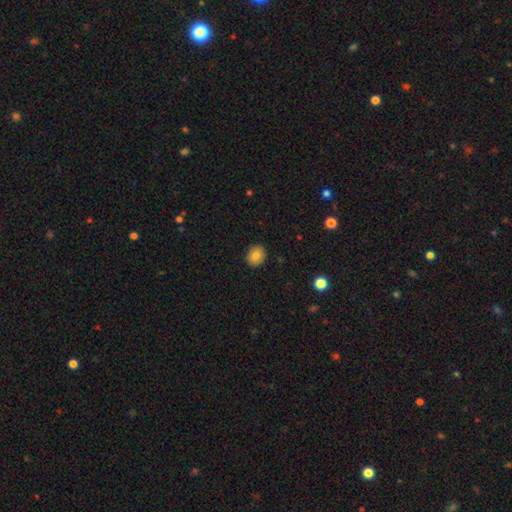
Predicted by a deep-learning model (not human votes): smooth 80%, featured or disk 11%, star or artifact 9%. Down the decision tree: how rounded — round (69%); merging — none (89%).